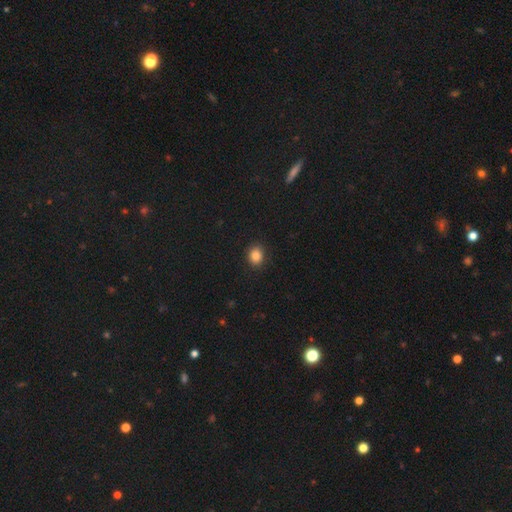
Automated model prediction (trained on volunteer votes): A smooth galaxy with no disk features (86%) that is round (59%).

Vote fractions:
- Smooth or featured? smooth: 86% / star or artifact: 10% / featured or disk: 4%
- How rounded? round: 59% / in between: 40% / cigar-shaped: 1%
- Merging? none: 88% / minor disturbance: 9% / major disturbance: 2% / merger: 1%